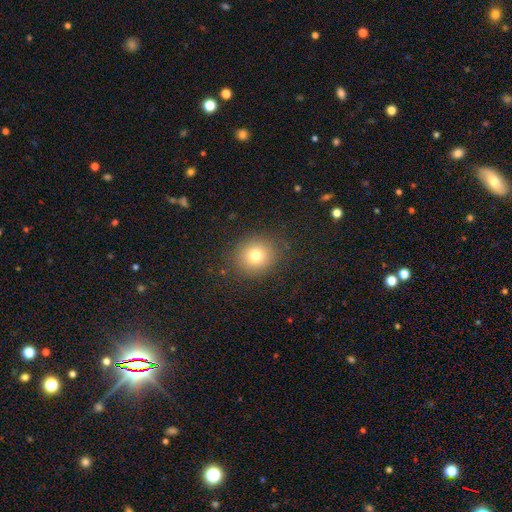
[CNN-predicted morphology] smooth-or-featured: smooth: 76% | star or artifact: 14% | featured or disk: 10%
  how-rounded: round: 84% | in between: 15% | cigar-shaped: 1%
  merging: none: 87% | minor disturbance: 9% | major disturbance: 4% | merger: 1%